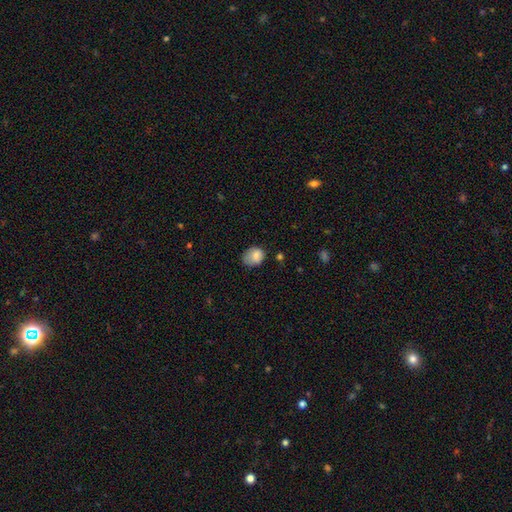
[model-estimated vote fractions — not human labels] Smooth or featured: smooth — 81% (featured or disk — 10%)
How rounded: round — 51% (in between — 48%)
Merging: none — 52% (minor disturbance — 34%)